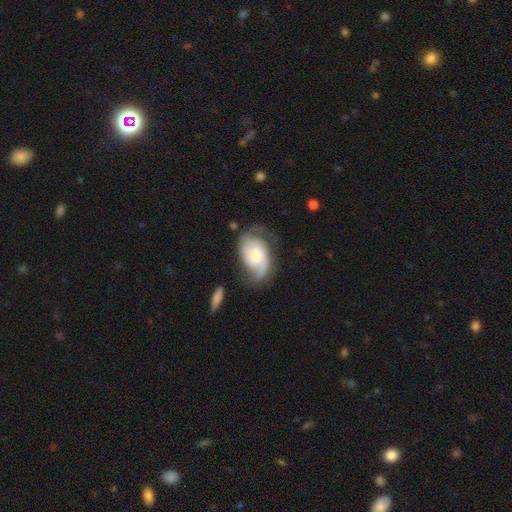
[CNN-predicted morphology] Smooth or featured: featured or disk — 83% (smooth — 12%)
Edge-on disk: no — 97% (yes — 3%)
Bar: no — 60% (weak — 34%)
Spiral arms: yes — 96% (no — 4%)
Spiral winding: medium — 47% (tight — 34%)
Spiral arm count: 2 — 77% (can't tell — 8%)
Bulge size: small — 49% (moderate — 40%)
Merging: none — 60% (minor disturbance — 22%)